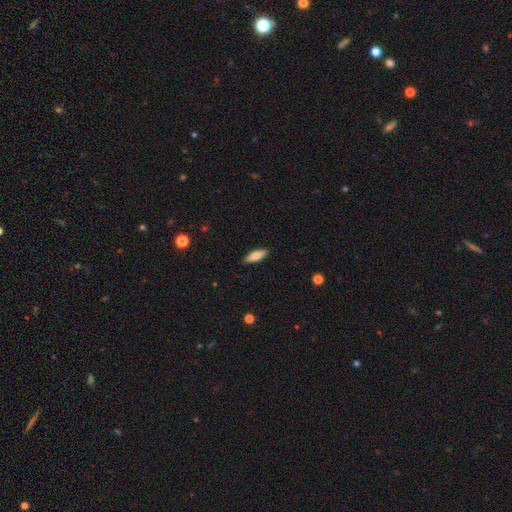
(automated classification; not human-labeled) Smooth or featured: smooth — 74% (featured or disk — 19%)
How rounded: in between — 51% (cigar-shaped — 47%)
Merging: none — 88% (minor disturbance — 9%)